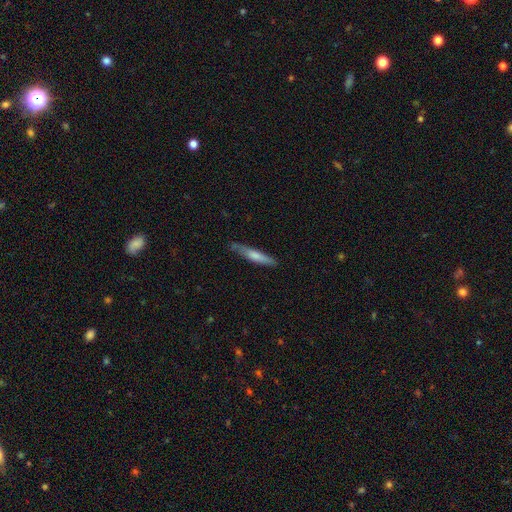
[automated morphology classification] smooth 63%, featured or disk 32%, star or artifact 5%. Down the decision tree: how rounded — cigar-shaped (90%); merging — none (78%).